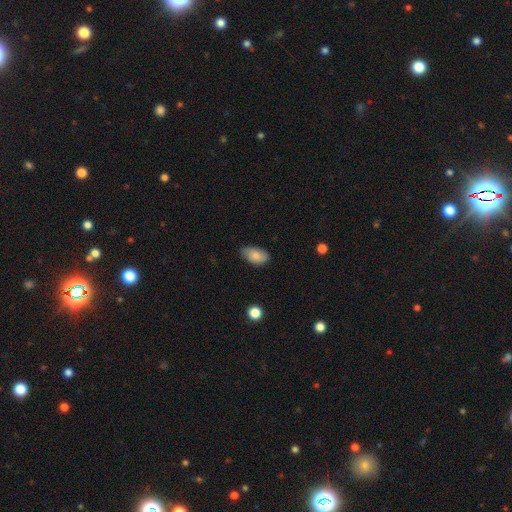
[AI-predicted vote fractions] Smooth or featured? smooth (81%)
How rounded? in between (93%)
Merging? none (75%)